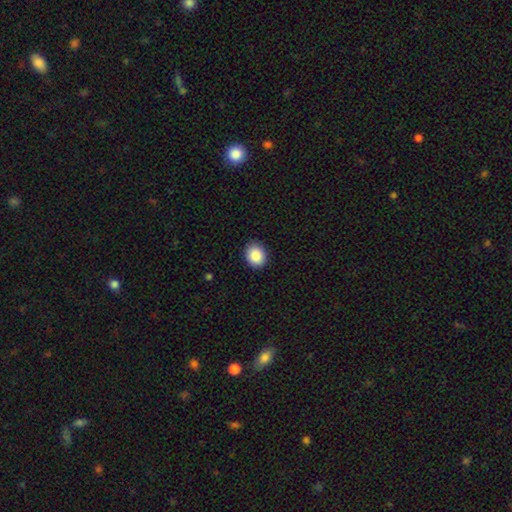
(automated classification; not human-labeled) Smooth or featured?
  - smooth: 88% *
  - star or artifact: 8%
  - featured or disk: 4%
How rounded?
  - round: 55% *
  - in between: 44%
  - cigar-shaped: 1%
Merging?
  - none: 89% *
  - minor disturbance: 8%
  - major disturbance: 2%
  - merger: 1%